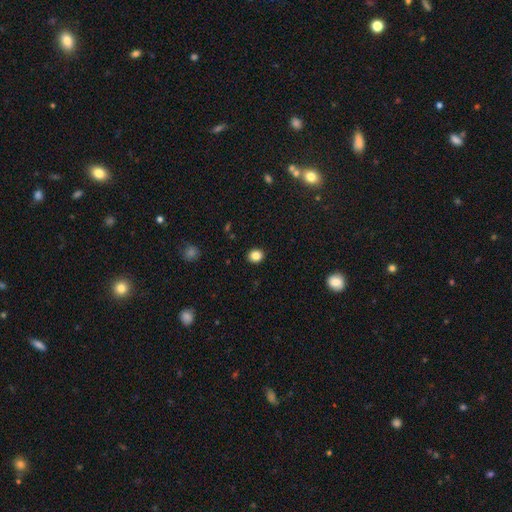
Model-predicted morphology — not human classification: type=smooth (84%); roundness=round (72%); merging=none (91%).